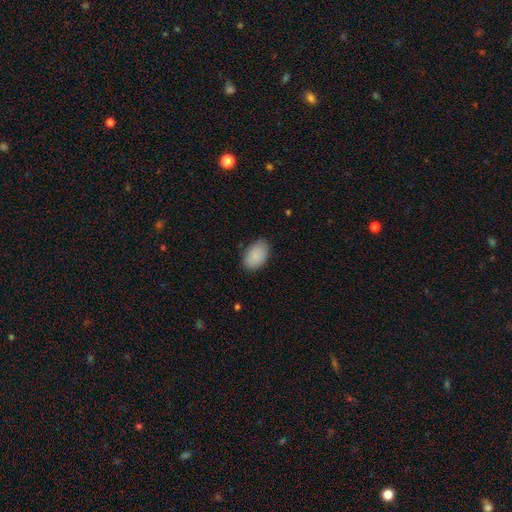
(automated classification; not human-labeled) Smooth or featured: smooth — 90% (star or artifact — 6%)
How rounded: in between — 91% (round — 8%)
Merging: none — 82% (minor disturbance — 14%)